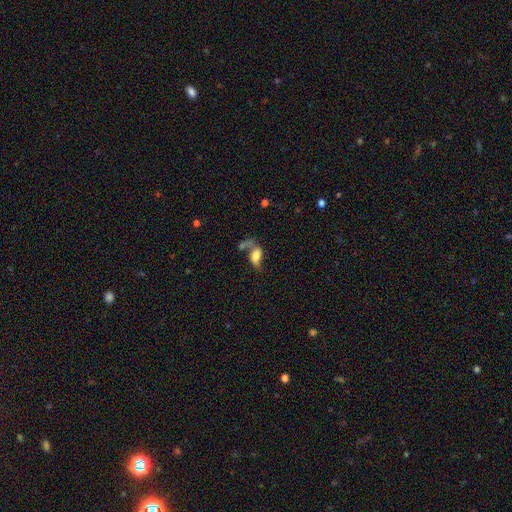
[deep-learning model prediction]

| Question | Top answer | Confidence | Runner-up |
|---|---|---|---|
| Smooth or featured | smooth | 56% | featured or disk (32%) |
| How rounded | in between | 84% | cigar-shaped (8%) |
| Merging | merger | 33% | none (27%) |